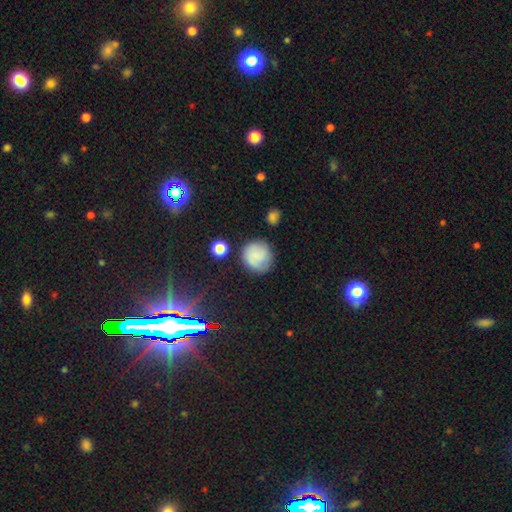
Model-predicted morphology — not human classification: Smooth or featured: smooth — 76% (featured or disk — 14%)
How rounded: round — 91% (in between — 8%)
Merging: none — 77% (minor disturbance — 15%)